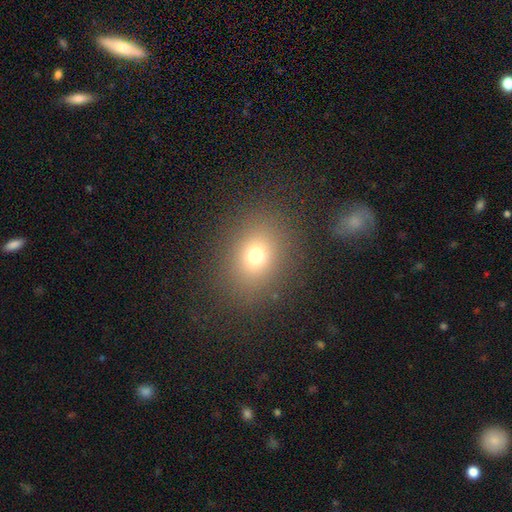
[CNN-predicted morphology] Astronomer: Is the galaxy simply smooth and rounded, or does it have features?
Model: smooth — 71%.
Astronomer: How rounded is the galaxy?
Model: round — 60% (runner-up: in between, 39%).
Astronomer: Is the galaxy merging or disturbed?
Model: none — 85%.